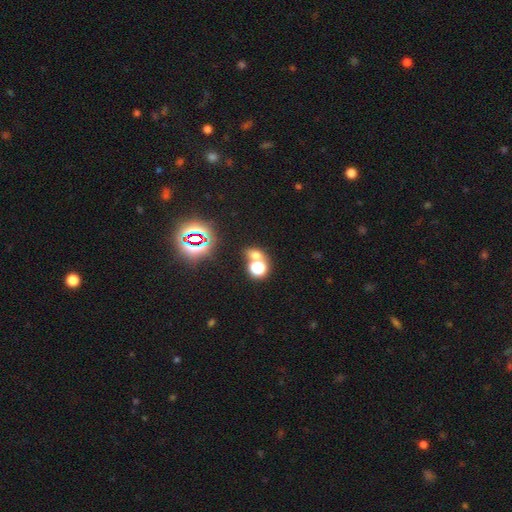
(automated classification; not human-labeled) This appears to be a smooth galaxy with no disk features (52%) that is round (58%). Merging: none (51%).